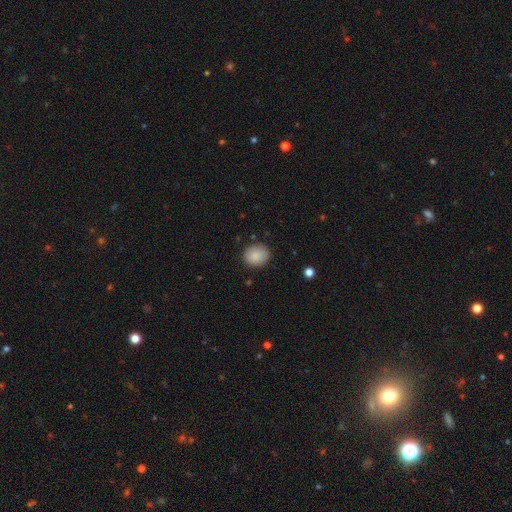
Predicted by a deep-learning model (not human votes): A smooth galaxy with no disk features (86%) that is round (70%). Merging: none (86%).